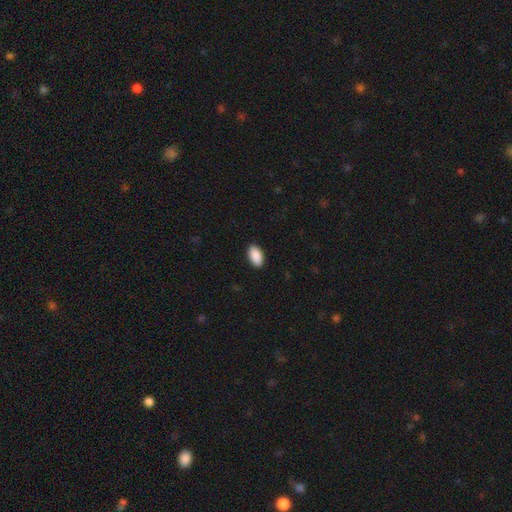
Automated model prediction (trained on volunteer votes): Smooth or featured?
  - smooth: 91% *
  - star or artifact: 6%
  - featured or disk: 3%
How rounded?
  - in between: 95% *
  - round: 3%
  - cigar-shaped: 2%
Merging?
  - none: 90% *
  - minor disturbance: 8%
  - major disturbance: 2%
  - merger: 1%